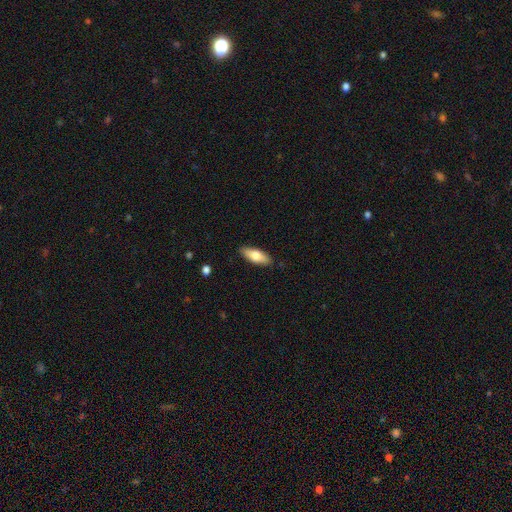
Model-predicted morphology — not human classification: Overall: smooth (71%). How rounded: in between (69%). Merging: none (88%).